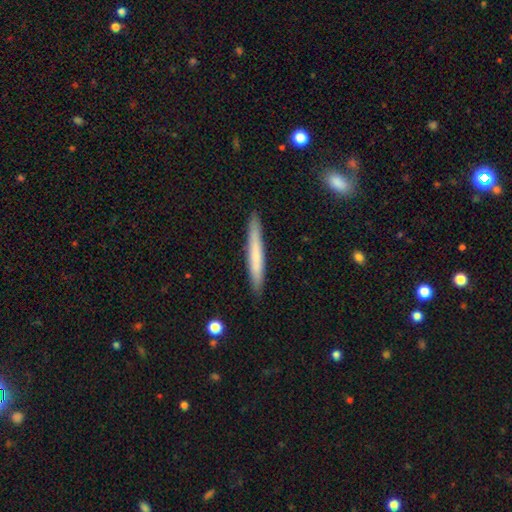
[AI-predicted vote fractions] smooth-or-featured: smooth: 65% | featured or disk: 29% | star or artifact: 6%
  how-rounded: cigar-shaped: 96% | in between: 3% | round: 1%
  merging: none: 89% | minor disturbance: 8% | major disturbance: 1% | merger: 1%